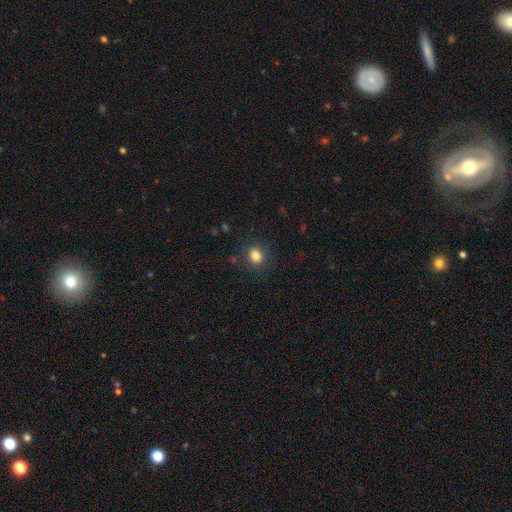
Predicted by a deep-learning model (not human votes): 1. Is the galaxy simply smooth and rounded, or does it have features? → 83% smooth, 11% star or artifact, 6% featured or disk.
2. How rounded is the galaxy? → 68% round, 31% in between, 1% cigar-shaped.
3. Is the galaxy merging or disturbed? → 85% none, 10% minor disturbance, 4% major disturbance, 1% merger.